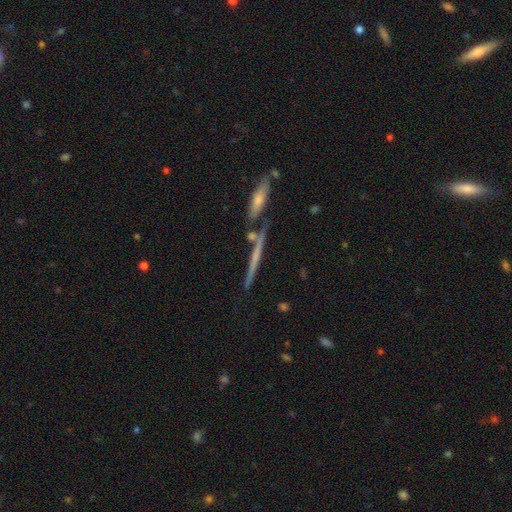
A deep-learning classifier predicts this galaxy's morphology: Smooth or featured? Predicted: featured or disk (p=0.62). Edge-on disk? Predicted: yes (p=0.96). Edge-on bulge? Predicted: none (p=0.59). Merging? Predicted: none (p=0.73).